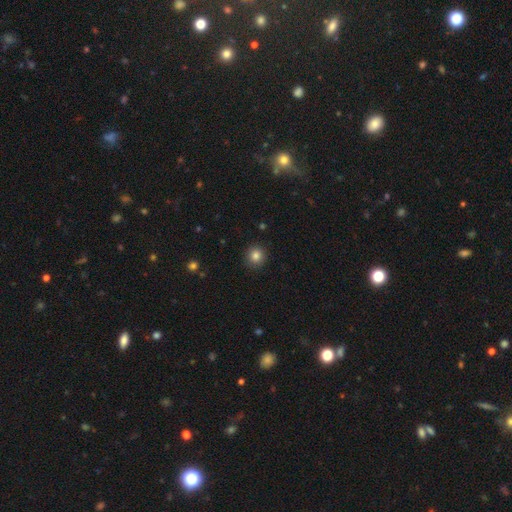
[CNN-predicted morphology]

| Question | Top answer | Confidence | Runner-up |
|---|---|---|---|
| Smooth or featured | smooth | 84% | star or artifact (11%) |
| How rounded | round | 91% | in between (8%) |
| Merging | none | 91% | minor disturbance (6%) |